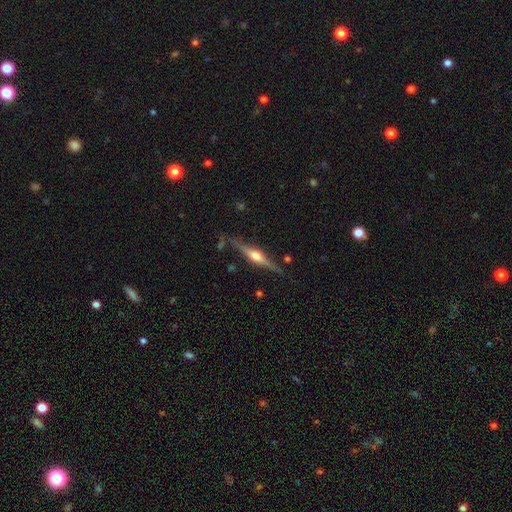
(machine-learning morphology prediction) smooth_or_featured: featured or disk (p=0.80) [alt: smooth p=0.15]
disk_edge_on: yes (p=0.98) [alt: no p=0.02]
edge_on_bulge: rounded (p=0.94) [alt: boxy p=0.04]
merging: none (p=0.84) [alt: minor disturbance p=0.11]